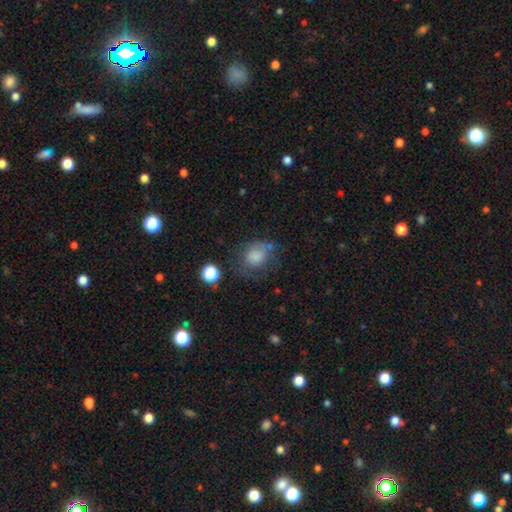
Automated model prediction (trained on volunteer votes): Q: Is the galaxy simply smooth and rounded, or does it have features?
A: smooth — 63%.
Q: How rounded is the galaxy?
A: round — 55%.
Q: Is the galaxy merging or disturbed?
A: none — 54%.